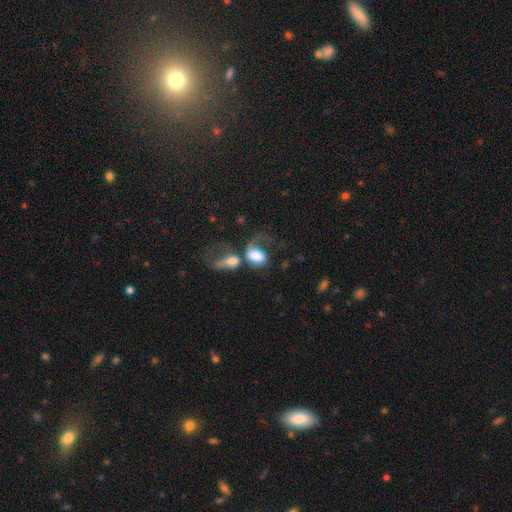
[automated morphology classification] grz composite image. It shows a smooth galaxy with no disk features (65%) that is in between round and cigar-shaped (77%). Merging: merger (58%).